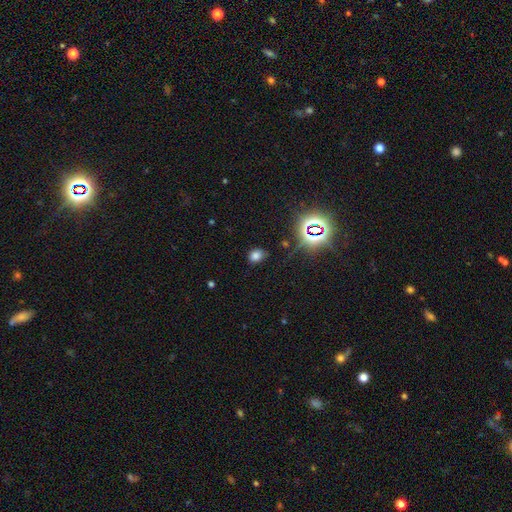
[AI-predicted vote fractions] A smooth galaxy with no disk features (69%) that is in between round and cigar-shaped (59%). Merging: none (78%).